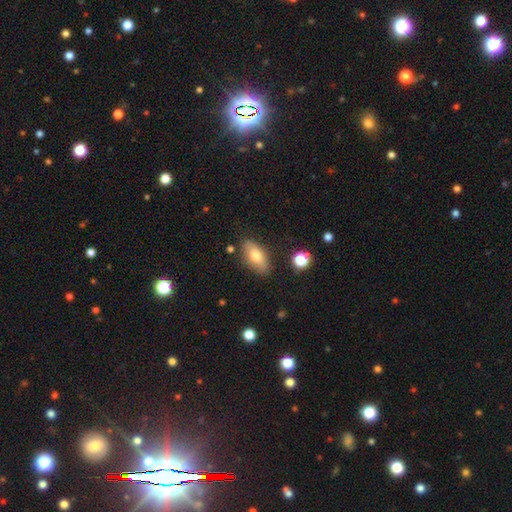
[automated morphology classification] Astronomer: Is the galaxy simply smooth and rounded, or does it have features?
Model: smooth — 71%.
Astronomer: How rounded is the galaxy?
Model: in between — 86%.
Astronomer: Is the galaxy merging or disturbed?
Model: none — 81%.